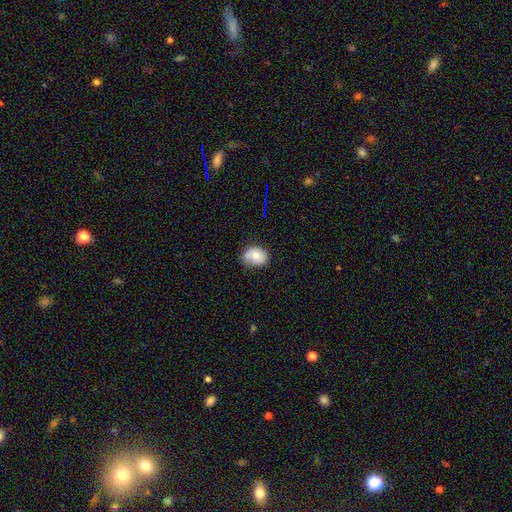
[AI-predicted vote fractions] smooth_or_featured: smooth (p=0.67) [alt: featured or disk p=0.24]
how_rounded: in between (p=0.58) [alt: round p=0.41]
merging: none (p=0.60) [alt: minor disturbance p=0.30]